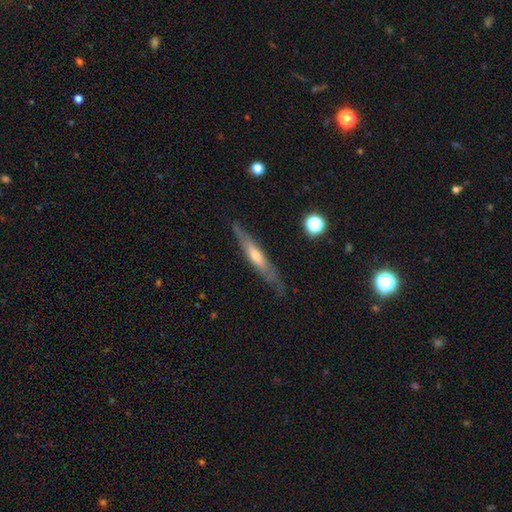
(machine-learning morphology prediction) smooth_or_featured: featured or disk (p=0.60) [alt: smooth p=0.34]
disk_edge_on: yes (p=0.81) [alt: no p=0.19]
merging: none (p=0.78) [alt: minor disturbance p=0.16]